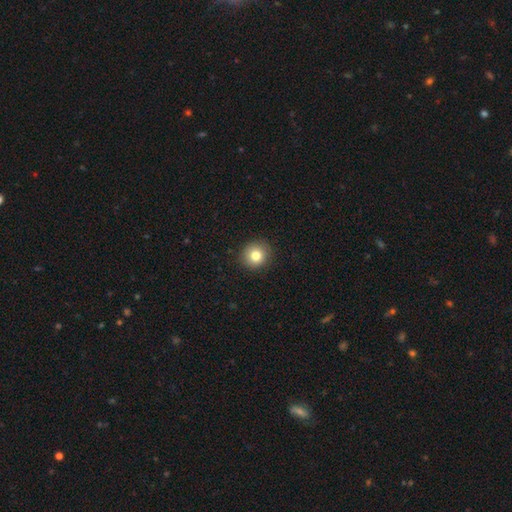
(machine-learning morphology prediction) Smooth or featured: smooth — 80% (star or artifact — 11%)
How rounded: round — 91% (in between — 8%)
Merging: none — 91% (minor disturbance — 7%)